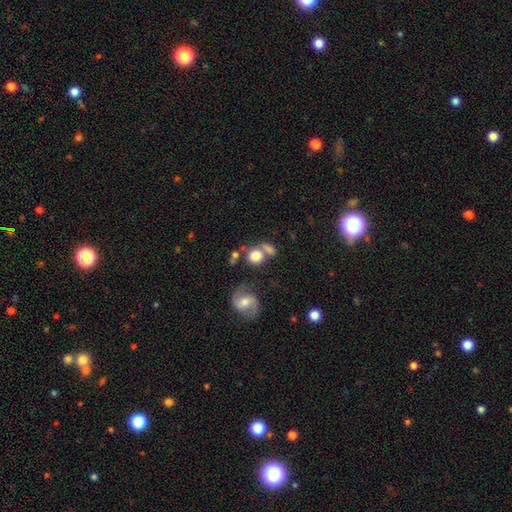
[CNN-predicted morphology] This appears to be a smooth galaxy with no disk features (74%) that is round (82%). Merging: none (51%).